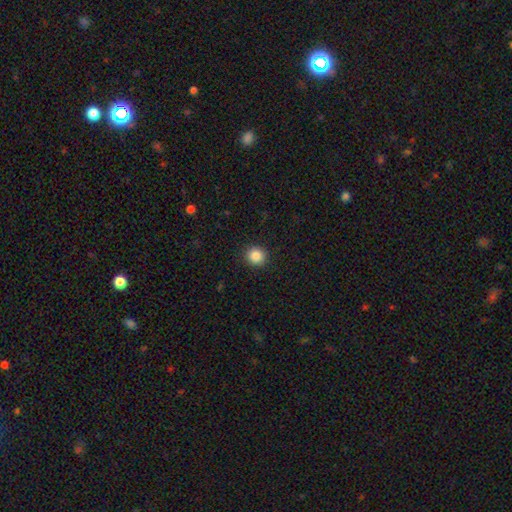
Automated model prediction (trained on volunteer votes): smooth_or_featured: smooth (p=0.87) [alt: star or artifact p=0.10]
how_rounded: round (p=0.92) [alt: in between p=0.08]
merging: none (p=0.92) [alt: minor disturbance p=0.06]